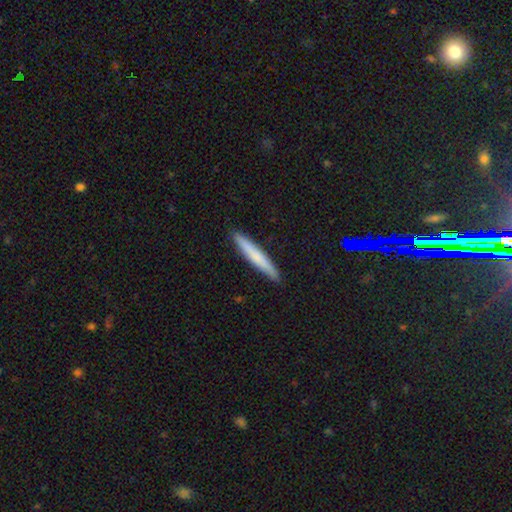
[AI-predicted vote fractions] The model was most divided on "smooth or featured": smooth: 68%, featured or disk: 26%, star or artifact: 6%. More confident: how rounded — cigar-shaped (95%); merging — none (91%).